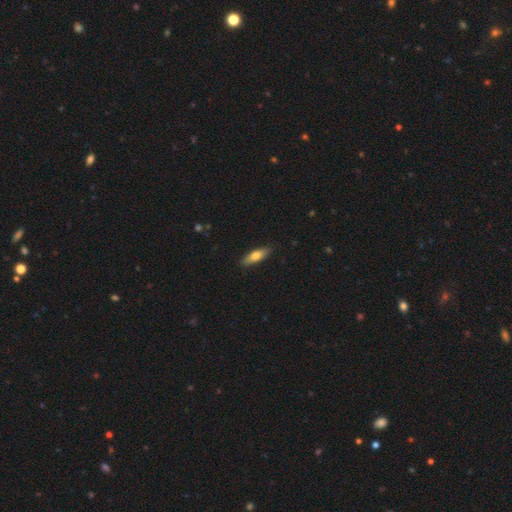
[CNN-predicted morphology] This is likely a smooth galaxy (68%). How rounded: possibly in between (50%). Merging: clearly none (88%).